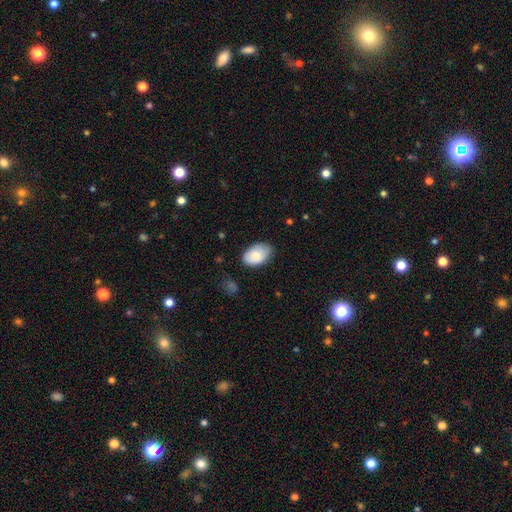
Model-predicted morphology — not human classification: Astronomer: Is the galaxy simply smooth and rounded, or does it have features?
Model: smooth — 80%.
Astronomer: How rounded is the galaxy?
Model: in between — 91%.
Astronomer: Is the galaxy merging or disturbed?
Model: none — 73%.